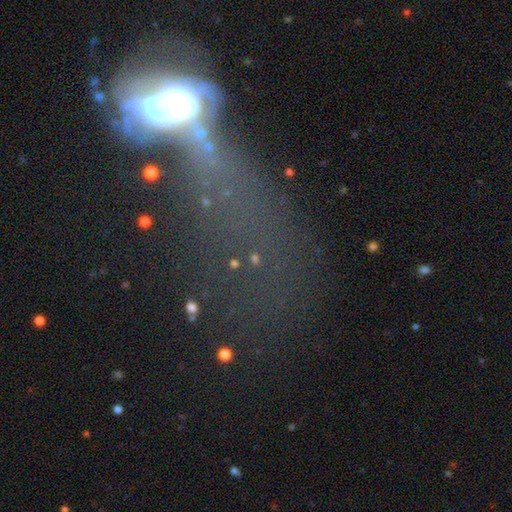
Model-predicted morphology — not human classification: Smooth or featured? Predicted: star or artifact (p=0.41).